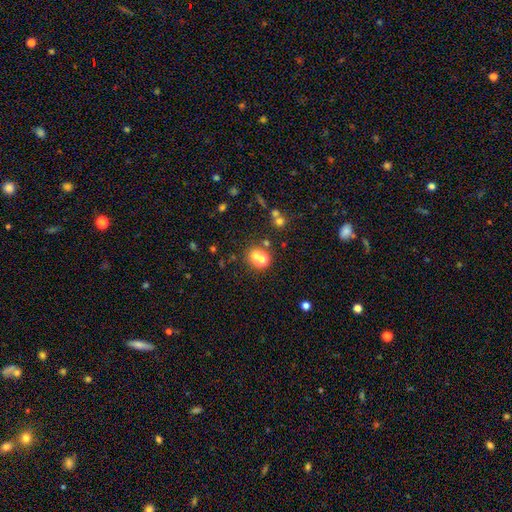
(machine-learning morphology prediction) smooth 60%, star or artifact 32%, featured or disk 8%. Down the decision tree: how rounded — round (57%); merging — none (76%).